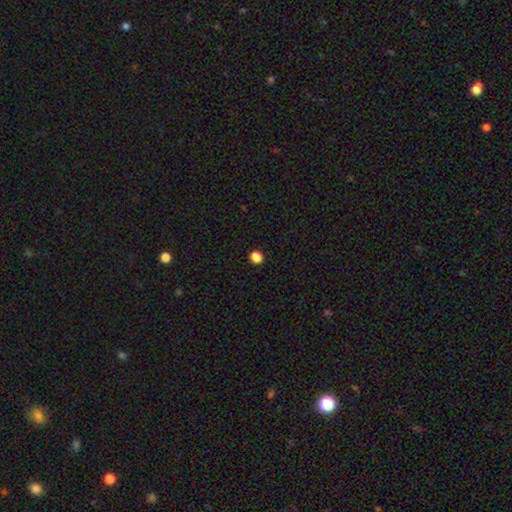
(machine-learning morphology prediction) Smooth or featured?
  - smooth: 82% *
  - star or artifact: 15%
  - featured or disk: 3%
How rounded?
  - round: 76% *
  - in between: 23%
  - cigar-shaped: 1%
Merging?
  - none: 92% *
  - minor disturbance: 5%
  - major disturbance: 2%
  - merger: 1%